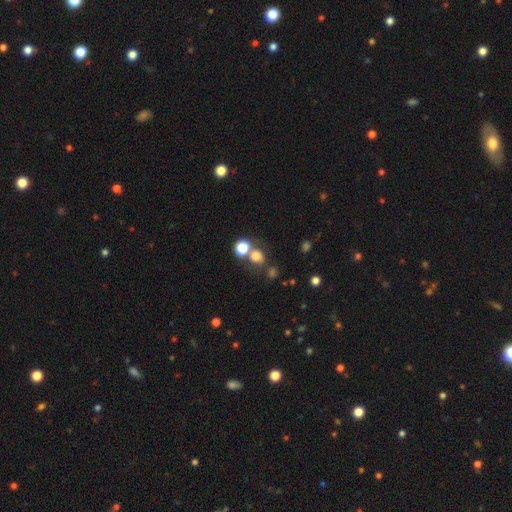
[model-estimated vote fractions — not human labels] This appears to be a smooth galaxy with no disk features (73%) that is round (79%). Merging: none (58%).